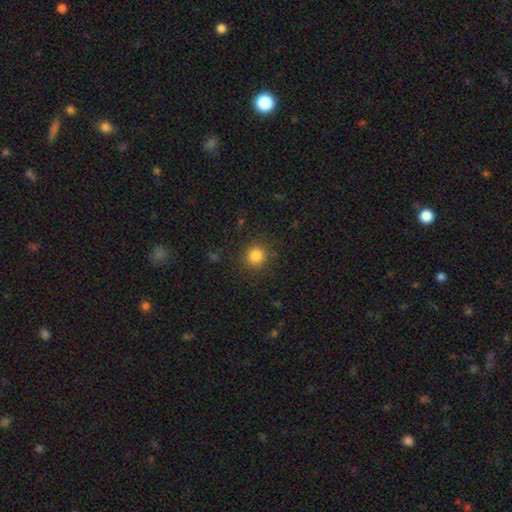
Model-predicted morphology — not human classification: Smooth or featured?
  - smooth: 83% *
  - star or artifact: 12%
  - featured or disk: 5%
How rounded?
  - round: 91% *
  - in between: 8%
  - cigar-shaped: 1%
Merging?
  - none: 88% *
  - minor disturbance: 8%
  - major disturbance: 3%
  - merger: 1%